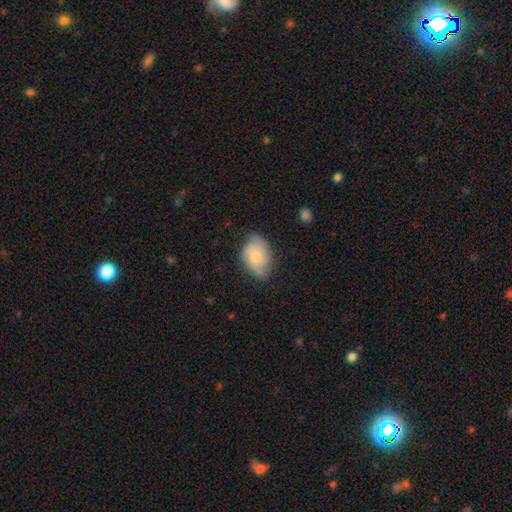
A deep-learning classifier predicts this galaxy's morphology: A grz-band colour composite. It shows a smooth galaxy with no disk features (56%) that is in between round and cigar-shaped (81%). Merging: none (62%).